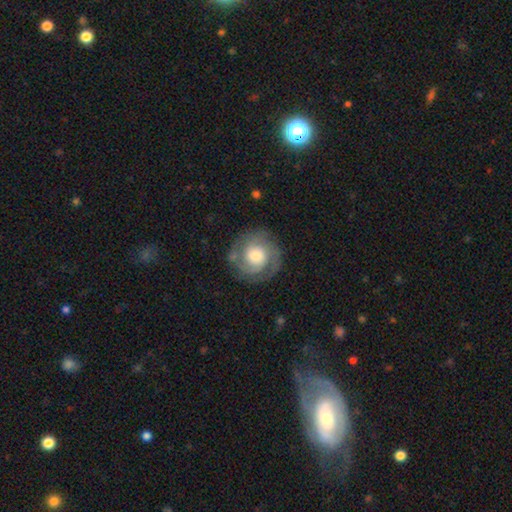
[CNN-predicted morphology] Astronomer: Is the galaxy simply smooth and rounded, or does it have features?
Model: featured or disk — 71%.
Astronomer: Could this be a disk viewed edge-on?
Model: no — 98%.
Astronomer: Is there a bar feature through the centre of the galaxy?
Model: no — 75%.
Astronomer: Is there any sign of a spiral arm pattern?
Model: yes — 91%.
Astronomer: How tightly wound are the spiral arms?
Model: tight — 60%.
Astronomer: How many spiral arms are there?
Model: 2 — 45% (runner-up: can't tell, 21%).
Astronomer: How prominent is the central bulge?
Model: moderate — 46% (runner-up: large, 34%).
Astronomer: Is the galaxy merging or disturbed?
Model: none — 80%.